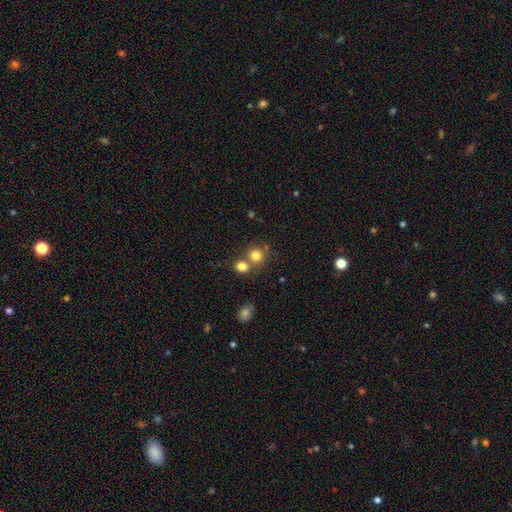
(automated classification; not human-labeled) Q: Smooth or featured?
A: smooth (79%); runner-up: star or artifact (13%)
Q: How rounded?
A: round (86%); runner-up: in between (13%)
Q: Merging?
A: none (55%); runner-up: merger (35%)